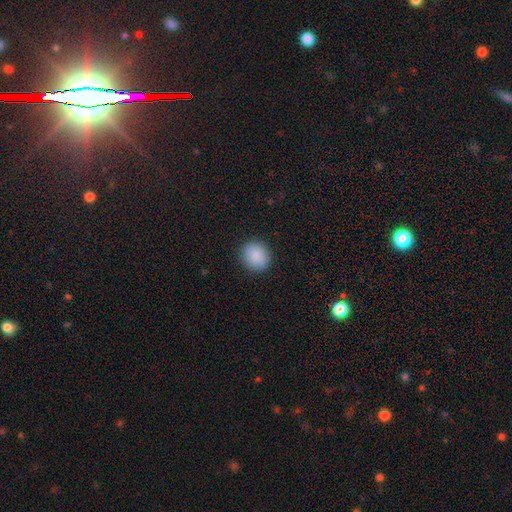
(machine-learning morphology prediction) A smooth galaxy with no disk features (89%) that is round (86%). Merging: none (91%).